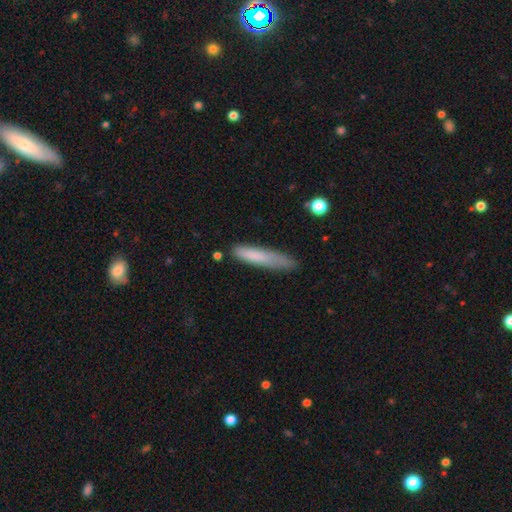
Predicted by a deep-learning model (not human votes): A smooth galaxy with no disk features (78%) that is cigar-shaped (89%). Merging: none (63%).